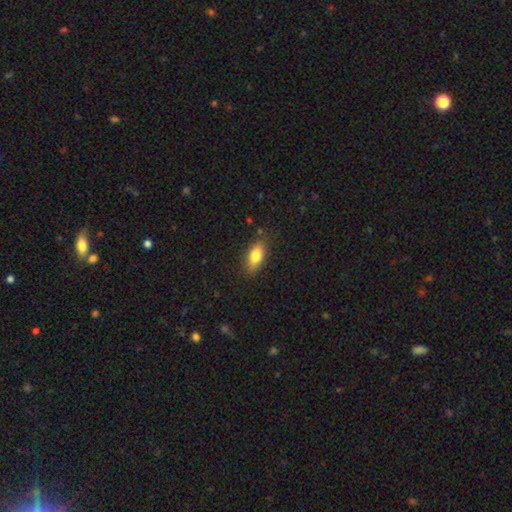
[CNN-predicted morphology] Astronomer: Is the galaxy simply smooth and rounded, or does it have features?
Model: smooth — 79%.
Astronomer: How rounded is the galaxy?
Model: in between — 83%.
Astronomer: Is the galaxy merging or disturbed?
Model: none — 82%.